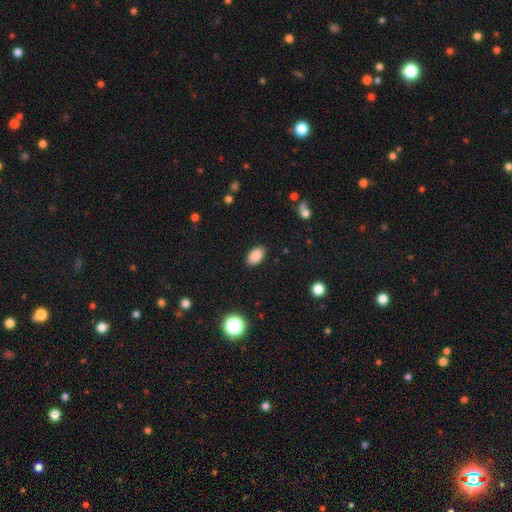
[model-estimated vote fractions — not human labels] A smooth galaxy with no disk features (88%) that is in between round and cigar-shaped (92%).

Vote fractions:
- Smooth or featured? smooth: 88% / star or artifact: 9% / featured or disk: 4%
- How rounded? in between: 92% / round: 6% / cigar-shaped: 2%
- Merging? none: 88% / minor disturbance: 9% / major disturbance: 2% / merger: 1%